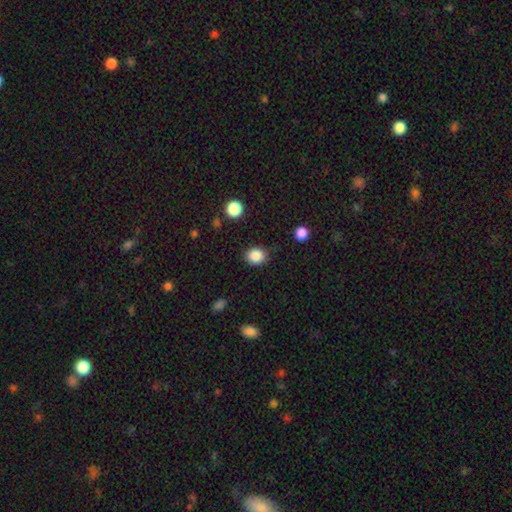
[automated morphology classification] Smooth or featured? smooth (87%)
How rounded? round (62%)
Merging? none (85%)